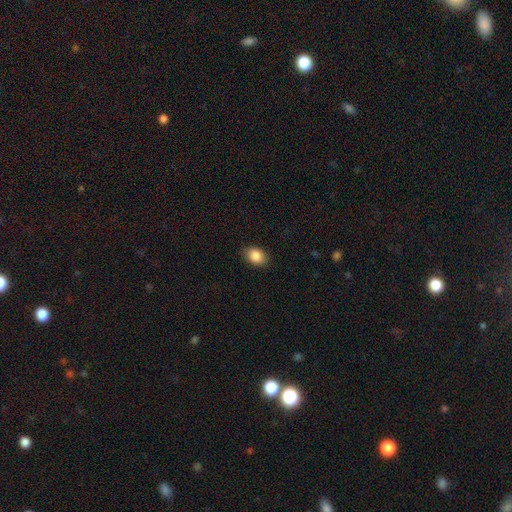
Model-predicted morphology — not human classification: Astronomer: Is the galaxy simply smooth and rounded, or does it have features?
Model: smooth — 87%.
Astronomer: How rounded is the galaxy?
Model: in between — 76%.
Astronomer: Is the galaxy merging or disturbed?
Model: none — 86%.